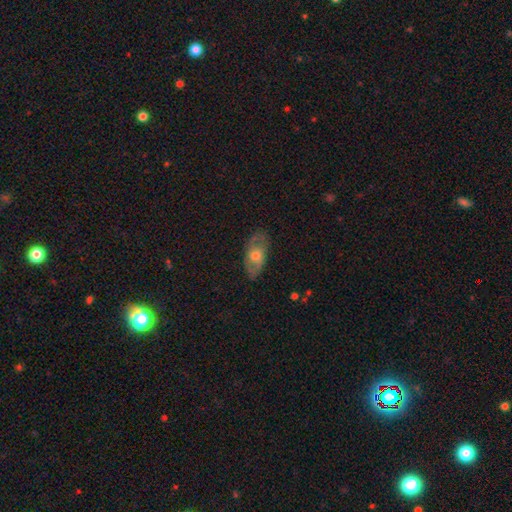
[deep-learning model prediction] A featured or disk galaxy (48%).

Vote fractions:
- Smooth or featured? featured or disk: 48% / smooth: 45% / star or artifact: 7%
- Merging? none: 75% / minor disturbance: 18% / major disturbance: 6% / merger: 1%